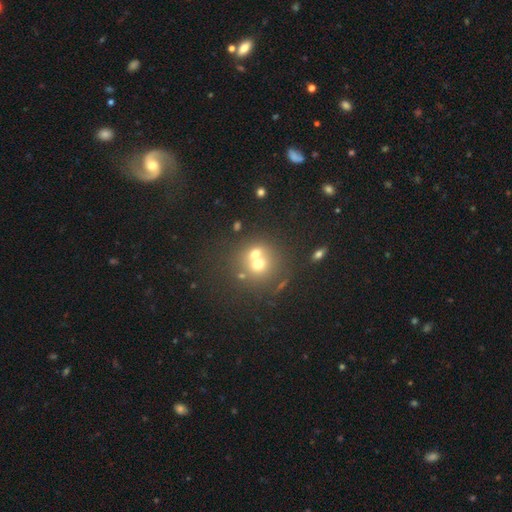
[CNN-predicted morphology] The model was most divided on "merging": merger: 47%, none: 42%, minor disturbance: 7%, major disturbance: 4%. More confident: how rounded — round (86%); smooth or featured — smooth (57%).